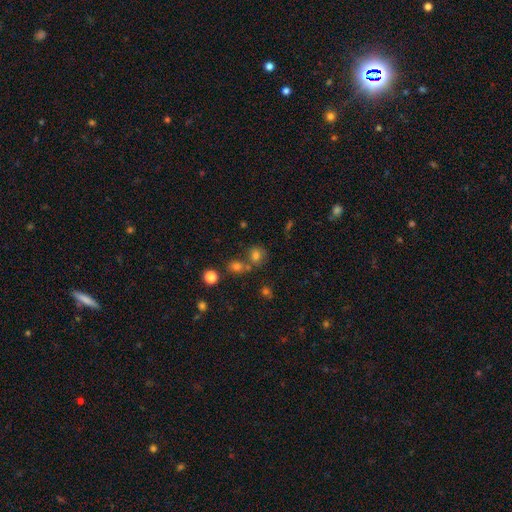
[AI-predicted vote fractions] A smooth galaxy with no disk features (74%) that is round (72%). Merging: none (58%).